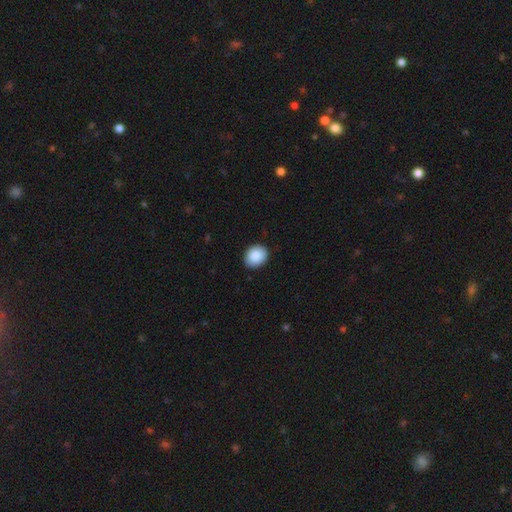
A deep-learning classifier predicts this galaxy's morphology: Smooth or featured? smooth (87%)
How rounded? round (62%)
Merging? none (89%)